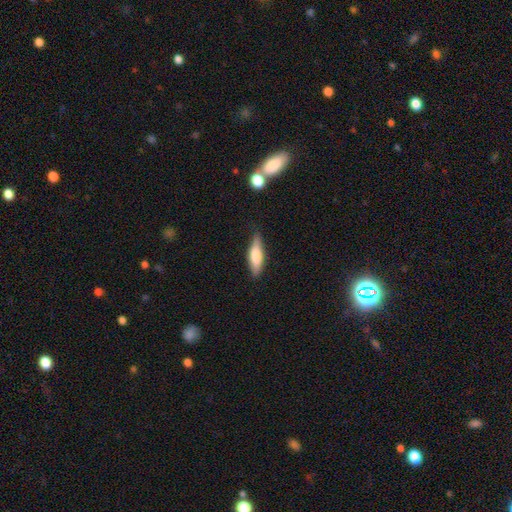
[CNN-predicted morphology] The model was most divided on "how rounded": cigar-shaped: 58%, in between: 40%, round: 2%. More confident: merging — none (78%); smooth or featured — smooth (70%).